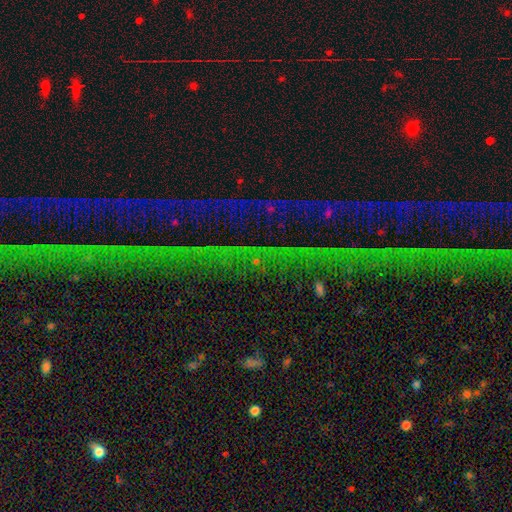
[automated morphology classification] Overall: star or artifact (86%).